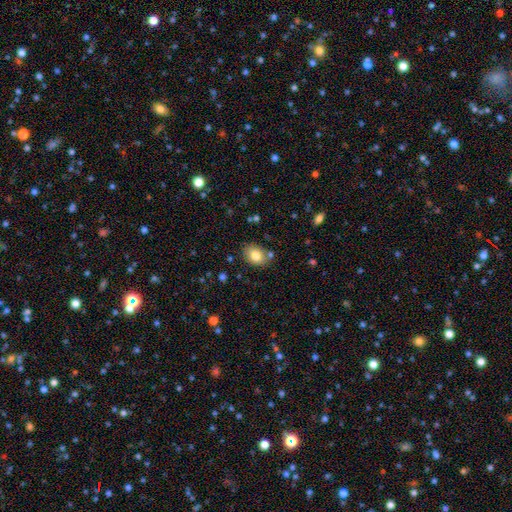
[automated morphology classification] The model was most divided on "how rounded": in between: 70%, round: 29%, cigar-shaped: 1%. More confident: smooth or featured — smooth (80%); merging — none (78%).